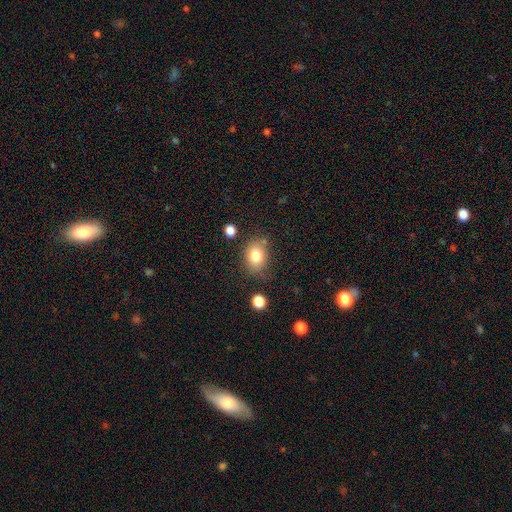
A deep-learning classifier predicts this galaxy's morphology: Smooth or featured? smooth (80%)
How rounded? in between (58%)
Merging? none (68%)